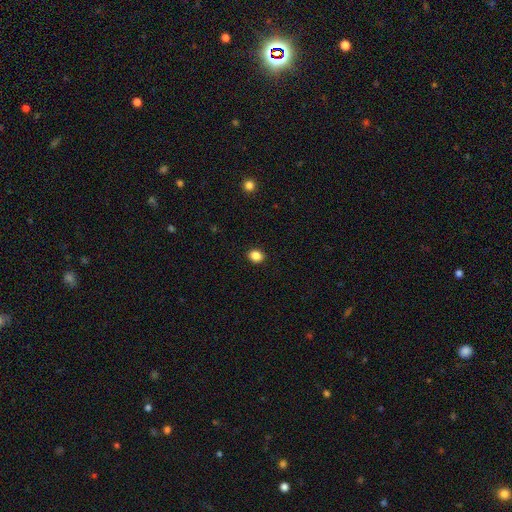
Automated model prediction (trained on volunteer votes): Smooth or featured: smooth — 86% (star or artifact — 10%)
How rounded: round — 59% (in between — 40%)
Merging: none — 92% (minor disturbance — 6%)